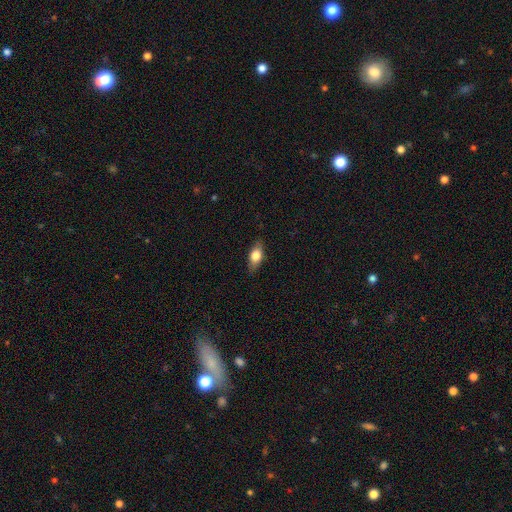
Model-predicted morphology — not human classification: Smooth or featured? Predicted: smooth (p=0.69). How rounded? Predicted: in between (p=0.80). Merging? Predicted: none (p=0.84).